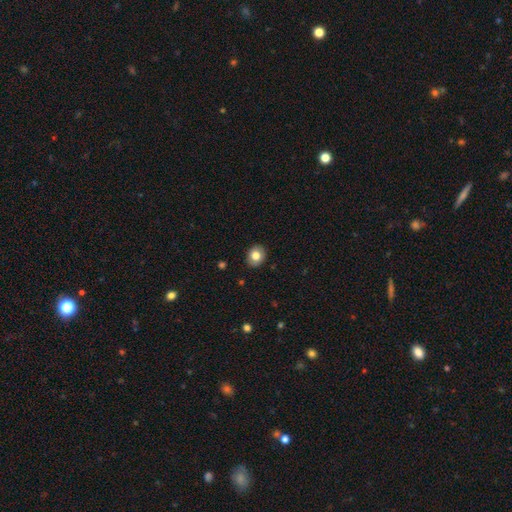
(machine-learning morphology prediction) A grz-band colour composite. It shows a smooth galaxy with no disk features (79%) that is round (61%). Merging: none (90%).